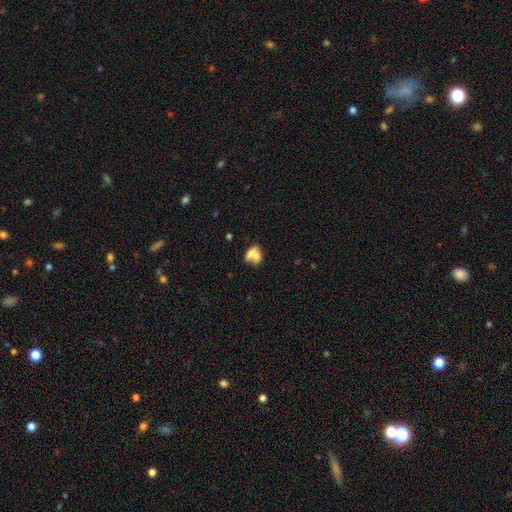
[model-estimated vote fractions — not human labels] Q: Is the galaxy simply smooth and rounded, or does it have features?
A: smooth — 65%.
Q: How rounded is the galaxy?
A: in between — 65%.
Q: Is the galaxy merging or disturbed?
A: merger — 57%.